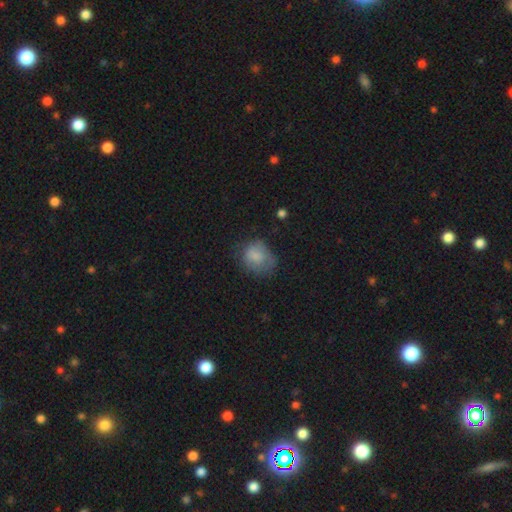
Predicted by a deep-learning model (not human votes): A smooth galaxy with no disk features (75%) that is round (57%). Merging: none (49%).